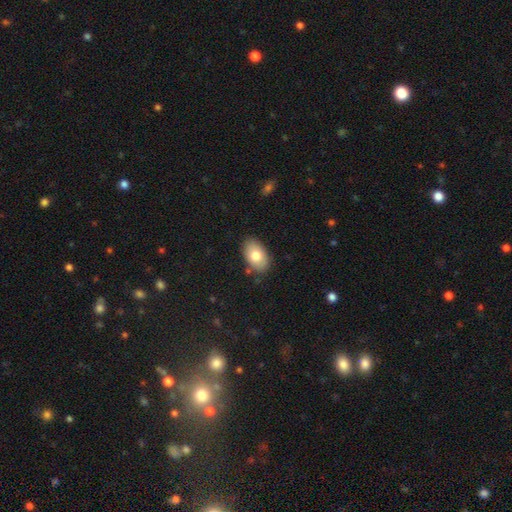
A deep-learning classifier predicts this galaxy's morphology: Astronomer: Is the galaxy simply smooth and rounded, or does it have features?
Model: smooth — 77%.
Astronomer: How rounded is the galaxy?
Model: in between — 91%.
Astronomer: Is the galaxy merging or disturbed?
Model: none — 84%.